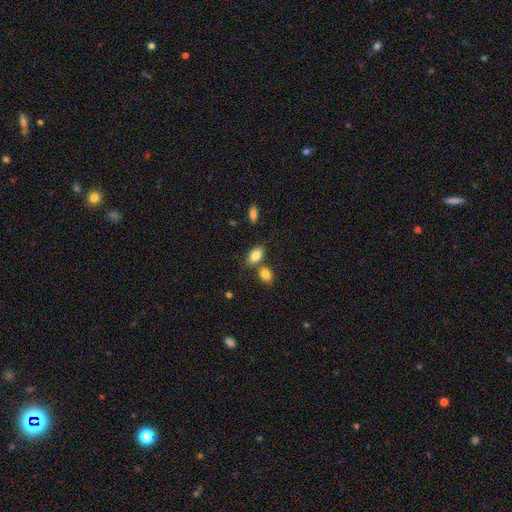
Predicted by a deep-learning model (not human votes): A smooth galaxy with no disk features (84%) that is in between round and cigar-shaped (87%). Merging: none (59%).